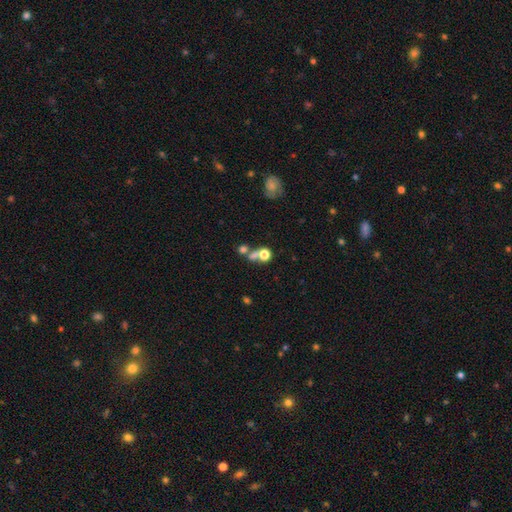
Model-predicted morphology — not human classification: smooth 52%, star or artifact 31%, featured or disk 17%. Down the decision tree: how rounded — round (73%); merging — none (46%).